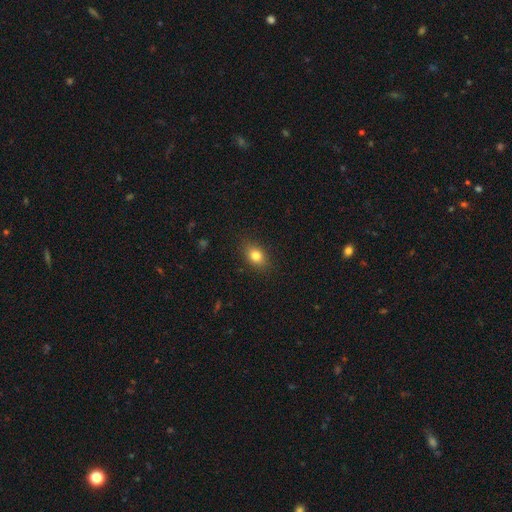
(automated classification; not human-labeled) Smooth or featured?
  - smooth: 81% *
  - star or artifact: 10%
  - featured or disk: 8%
How rounded?
  - in between: 72% *
  - round: 26%
  - cigar-shaped: 2%
Merging?
  - none: 86% *
  - minor disturbance: 10%
  - major disturbance: 3%
  - merger: 1%